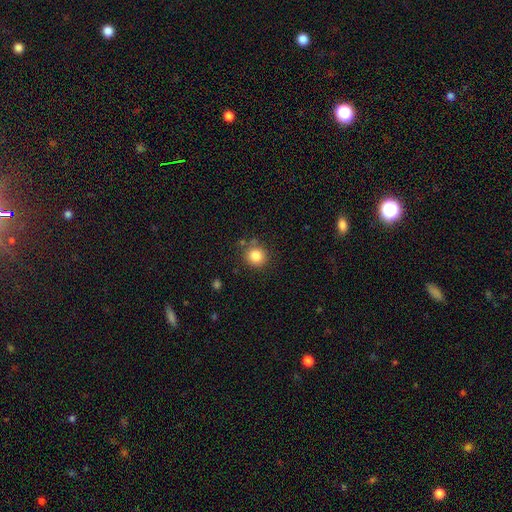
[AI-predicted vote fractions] Smooth or featured? smooth (84%)
How rounded? round (88%)
Merging? none (81%)